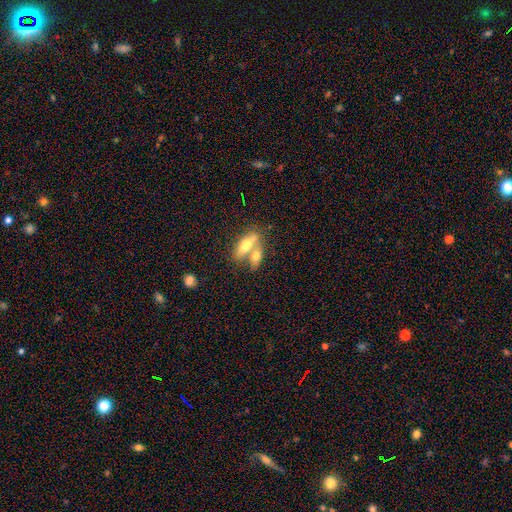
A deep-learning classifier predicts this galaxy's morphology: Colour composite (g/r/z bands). It shows a smooth galaxy with no disk features (61%) that is in between round and cigar-shaped (73%). Merging: merger (64%).